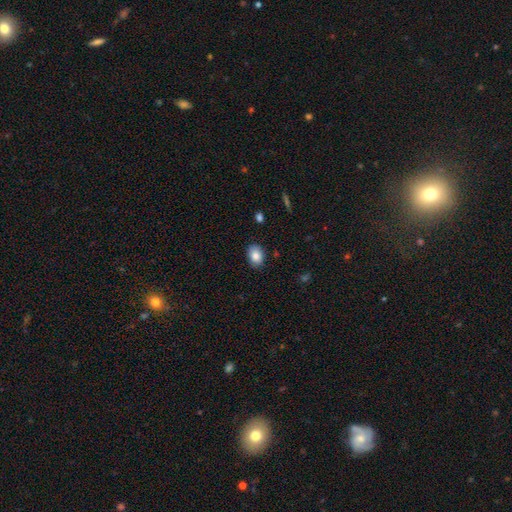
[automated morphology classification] Smooth or featured? smooth (85%)
How rounded? in between (76%)
Merging? none (84%)